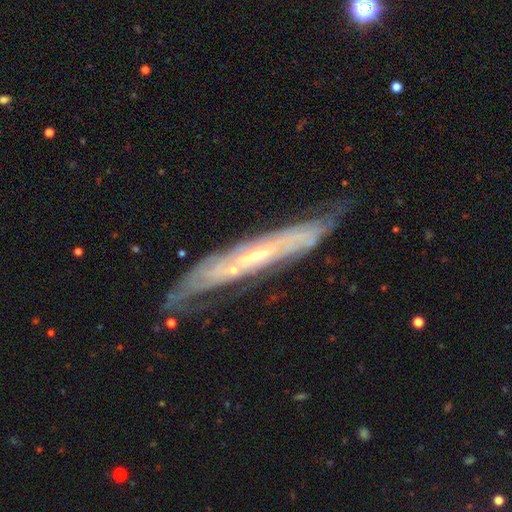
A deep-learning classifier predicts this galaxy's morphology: Smooth or featured?
  - featured or disk: 77% *
  - smooth: 16%
  - star or artifact: 8%
Edge-on disk?
  - yes: 56% *
  - no: 44%
Merging?
  - none: 64% *
  - minor disturbance: 23%
  - major disturbance: 8%
  - merger: 4%